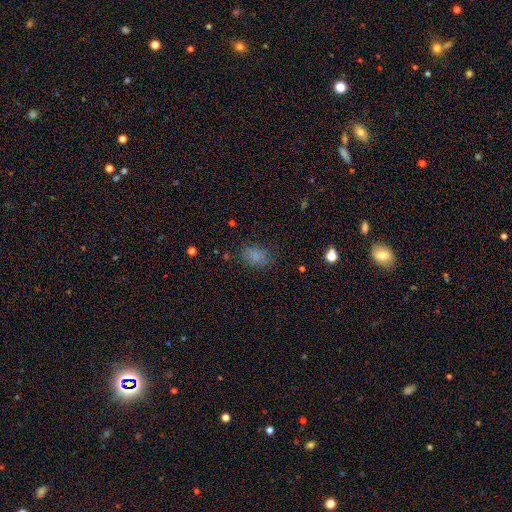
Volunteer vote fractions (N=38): Overall: smooth (84%). How rounded: in between (72%). Merging: none (81%).